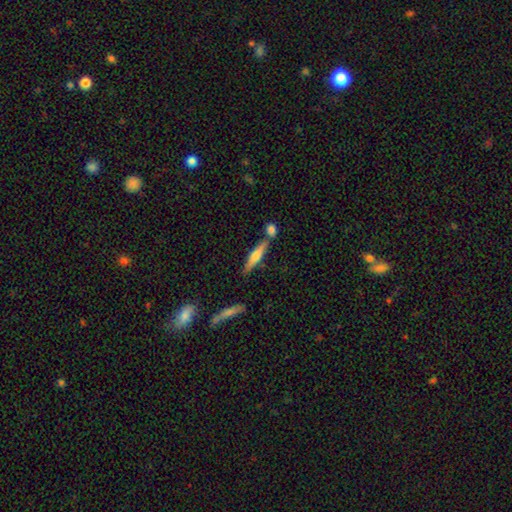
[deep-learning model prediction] smooth-or-featured: smooth: 48% | featured or disk: 46% | star or artifact: 6%
  merging: none: 71% | merger: 15% | minor disturbance: 11% | major disturbance: 3%